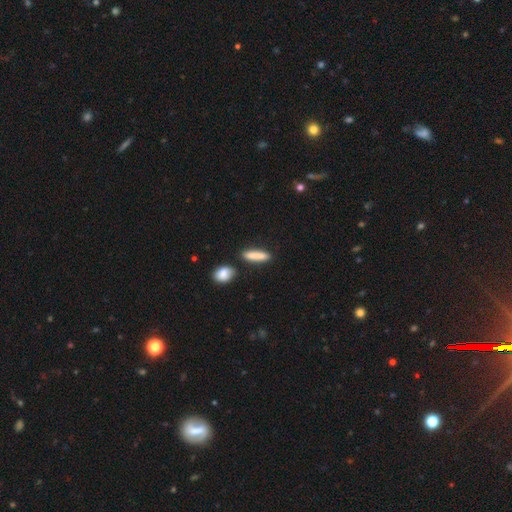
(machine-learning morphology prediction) Smooth or featured?
  - smooth: 84% *
  - featured or disk: 10%
  - star or artifact: 6%
How rounded?
  - cigar-shaped: 75% *
  - in between: 22%
  - round: 3%
Merging?
  - none: 81% *
  - minor disturbance: 10%
  - merger: 7%
  - major disturbance: 2%